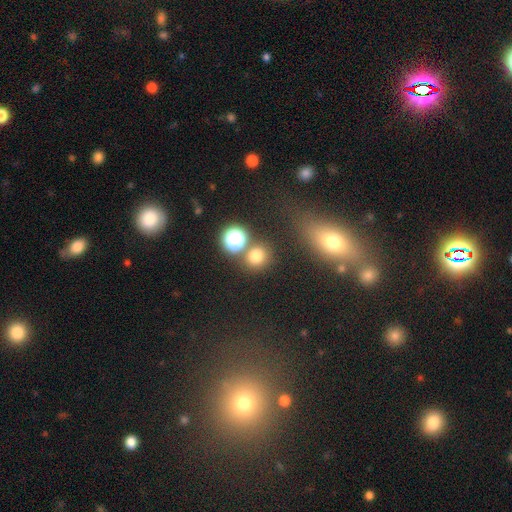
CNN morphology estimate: smooth-or-featured: smooth: 72% | star or artifact: 21% | featured or disk: 7%
  how-rounded: round: 85% | in between: 14% | cigar-shaped: 1%
  merging: none: 75% | merger: 13% | minor disturbance: 8% | major disturbance: 4%